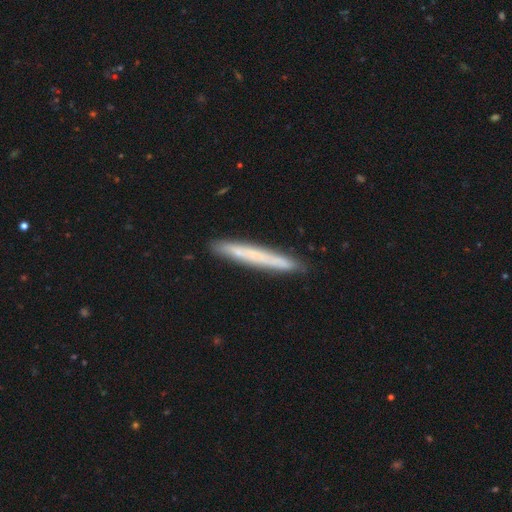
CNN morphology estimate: This is possibly a smooth galaxy (57%). How rounded: clearly cigar-shaped (97%). Merging: clearly none (88%).